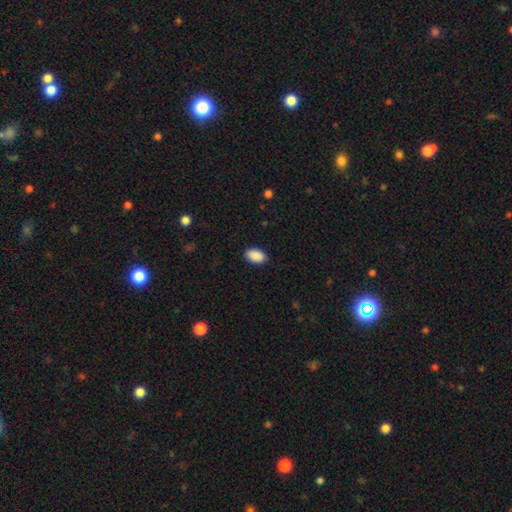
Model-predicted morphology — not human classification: This is clearly a smooth galaxy (91%). How rounded: clearly in between (93%). Merging: clearly none (89%).